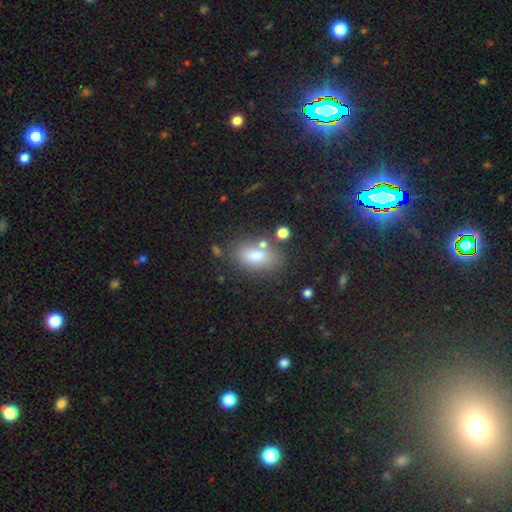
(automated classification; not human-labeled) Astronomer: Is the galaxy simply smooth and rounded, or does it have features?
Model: smooth — 59%.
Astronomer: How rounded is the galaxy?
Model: in between — 84%.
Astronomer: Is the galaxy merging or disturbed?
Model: none — 73%.